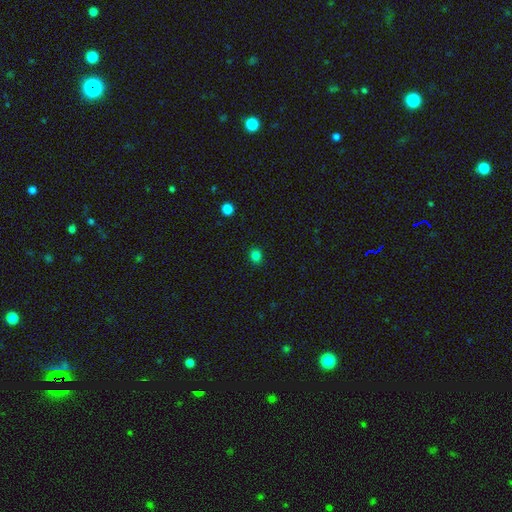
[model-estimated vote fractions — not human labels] Morphology: type=smooth (81%); roundness=round (80%); merging=none (90%).